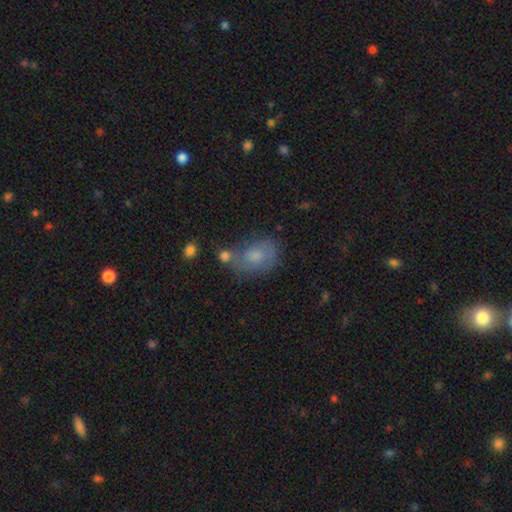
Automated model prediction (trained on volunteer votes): Smooth or featured? smooth (65%)
How rounded? in between (76%)
Merging? none (51%)